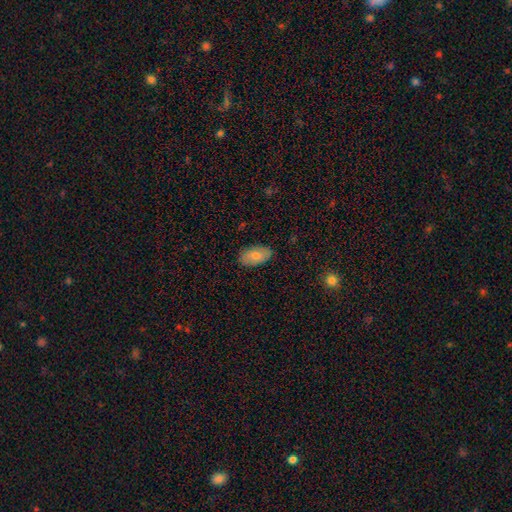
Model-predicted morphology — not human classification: A smooth galaxy with no disk features (75%) that is in between round and cigar-shaped (94%).

Vote fractions:
- Smooth or featured? smooth: 75% / featured or disk: 18% / star or artifact: 7%
- How rounded? in between: 94% / round: 4% / cigar-shaped: 2%
- Merging? none: 85% / minor disturbance: 12% / major disturbance: 2% / merger: 1%